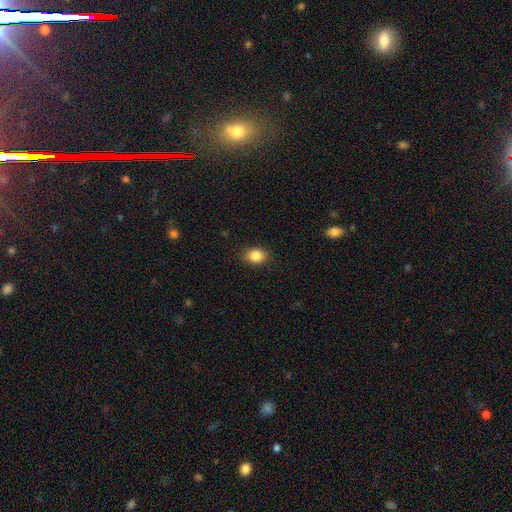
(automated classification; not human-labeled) The model was most divided on "how rounded": in between: 62%, round: 36%, cigar-shaped: 1%. More confident: merging — none (87%); smooth or featured — smooth (86%).